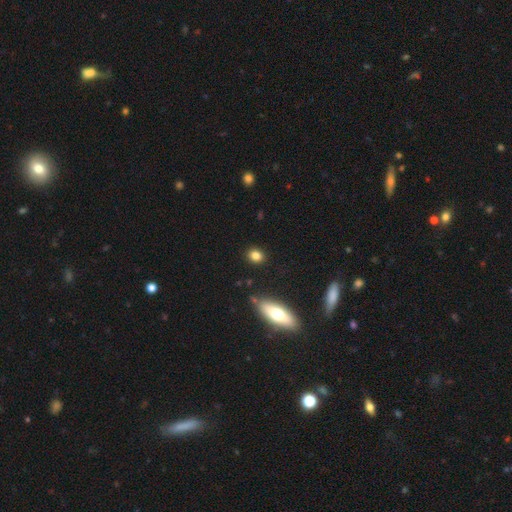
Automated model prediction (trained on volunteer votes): smooth 83%, star or artifact 10%, featured or disk 7%. Down the decision tree: how rounded — round (67%); merging — none (87%).